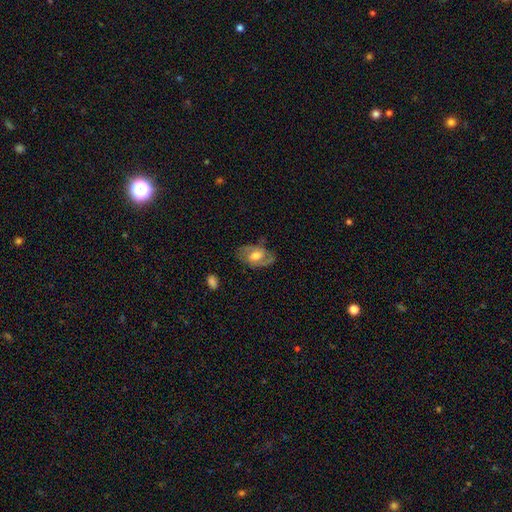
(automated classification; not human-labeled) Smooth or featured?
  - featured or disk: 58% *
  - smooth: 35%
  - star or artifact: 7%
Edge-on disk?
  - no: 93% *
  - yes: 7%
Bar?
  - no: 44% *
  - weak: 42%
  - strong: 14%
Spiral arms?
  - yes: 70% *
  - no: 30%
Bulge size?
  - moderate: 65% *
  - large: 20%
  - small: 12%
  - none: 2%
  - dominant: 1%
Merging?
  - none: 69% *
  - minor disturbance: 21%
  - major disturbance: 8%
  - merger: 2%